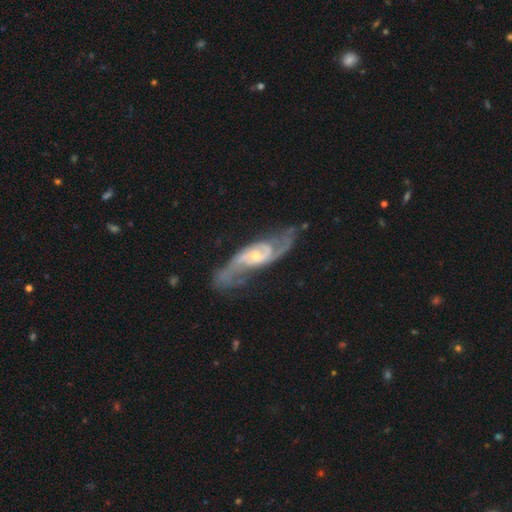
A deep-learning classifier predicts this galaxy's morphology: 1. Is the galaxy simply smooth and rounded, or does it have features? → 89% featured or disk, 6% smooth, 5% star or artifact.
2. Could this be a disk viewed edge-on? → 91% no, 9% yes.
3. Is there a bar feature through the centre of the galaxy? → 52% no, 37% weak, 11% strong.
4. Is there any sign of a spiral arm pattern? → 96% yes, 4% no.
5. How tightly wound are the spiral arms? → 51% medium, 29% loose, 20% tight.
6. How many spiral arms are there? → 87% 2, 6% can't tell, 3% 3, 2% 1, 1% 4, 1% more than 4.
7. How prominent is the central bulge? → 54% small, 41% moderate, 2% large, 1% none, 1% dominant.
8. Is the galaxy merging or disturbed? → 67% none, 19% minor disturbance, 11% major disturbance, 2% merger.